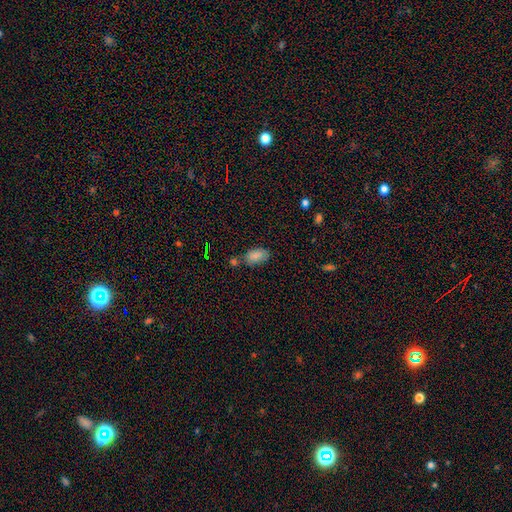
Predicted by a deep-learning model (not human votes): Q: Smooth or featured?
A: smooth (84%); runner-up: star or artifact (10%)
Q: How rounded?
A: in between (93%); runner-up: round (5%)
Q: Merging?
A: none (61%); runner-up: minor disturbance (18%)